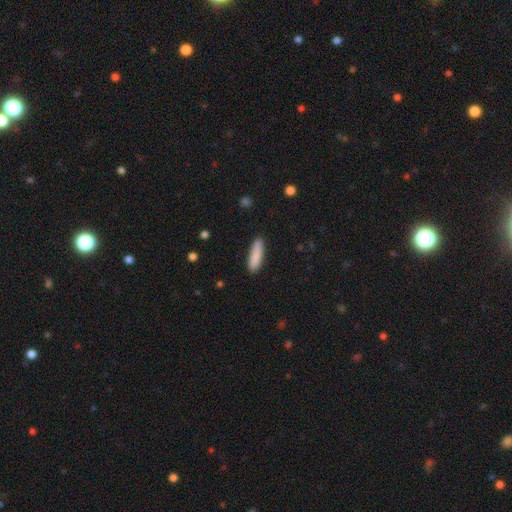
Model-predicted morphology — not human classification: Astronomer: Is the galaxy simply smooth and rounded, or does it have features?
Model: smooth — 88%.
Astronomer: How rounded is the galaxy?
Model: cigar-shaped — 63%.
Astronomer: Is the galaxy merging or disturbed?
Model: none — 86%.